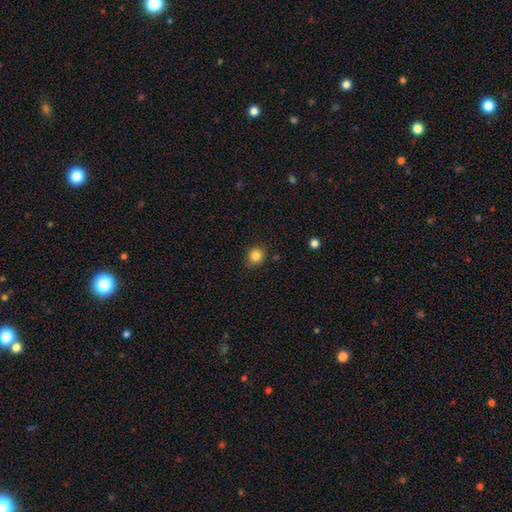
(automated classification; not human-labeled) This appears to be a smooth galaxy with no disk features (84%) that is round (83%). Merging: none (83%).